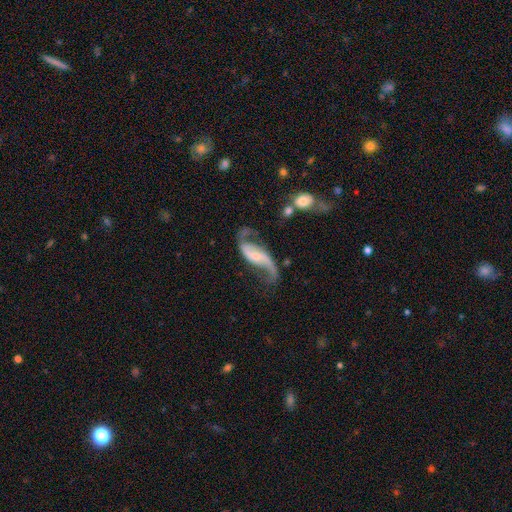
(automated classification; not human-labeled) smooth-or-featured: featured or disk: 87% | smooth: 8% | star or artifact: 5%
  disk-edge-on: no: 95% | yes: 5%
    bar: no: 40% | weak: 36% | strong: 23%
    has-spiral-arms: yes: 95% | no: 5%
      spiral-winding: loose: 82% | medium: 14% | tight: 4%
      spiral-arm-count: 2: 89% | 1: 6% | can't tell: 2% | 3: 1% | 4: 1% | more than 4: 1%
    bulge-size: small: 59% | moderate: 30% | none: 7% | large: 3% | dominant: 1%
  merging: none: 56% | minor disturbance: 19% | major disturbance: 18% | merger: 6%